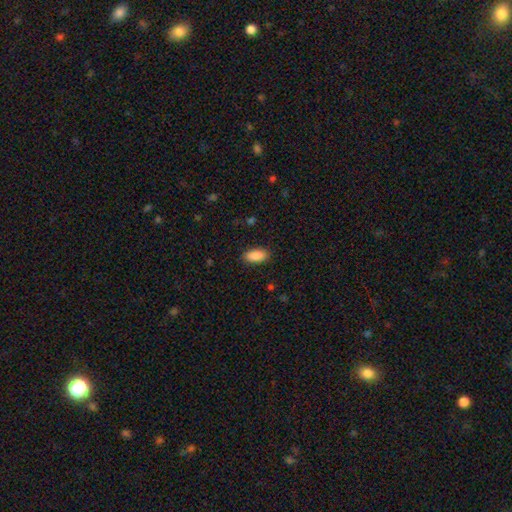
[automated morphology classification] Q: Smooth or featured?
A: smooth (90%); runner-up: star or artifact (7%)
Q: How rounded?
A: in between (91%); runner-up: cigar-shaped (7%)
Q: Merging?
A: none (88%); runner-up: minor disturbance (9%)